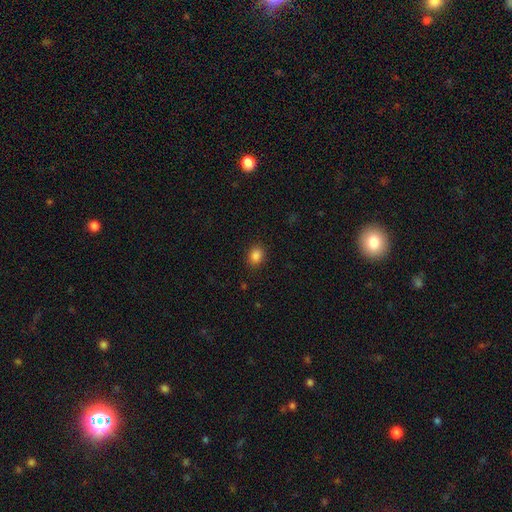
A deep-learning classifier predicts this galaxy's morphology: smooth 86%, star or artifact 11%, featured or disk 3%. Down the decision tree: how rounded — in between (56%); merging — none (87%).